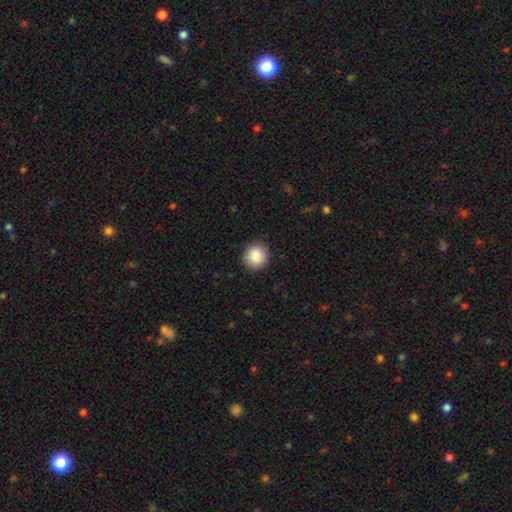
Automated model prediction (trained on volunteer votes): This appears to be a smooth galaxy with no disk features (88%) that is round (88%). Merging: none (90%).